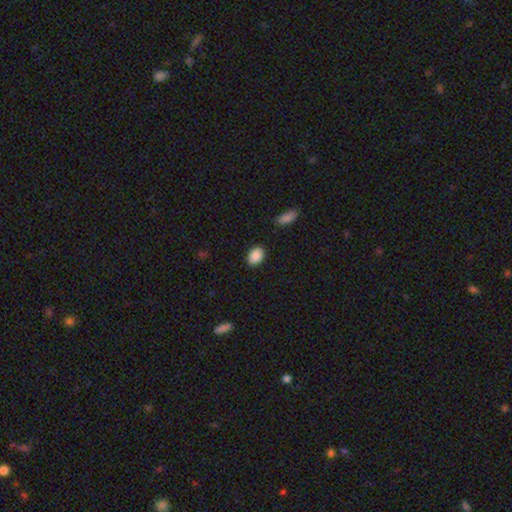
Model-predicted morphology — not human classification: Smooth or featured? Predicted: smooth (p=0.89). How rounded? Predicted: in between (p=0.76). Merging? Predicted: none (p=0.87).